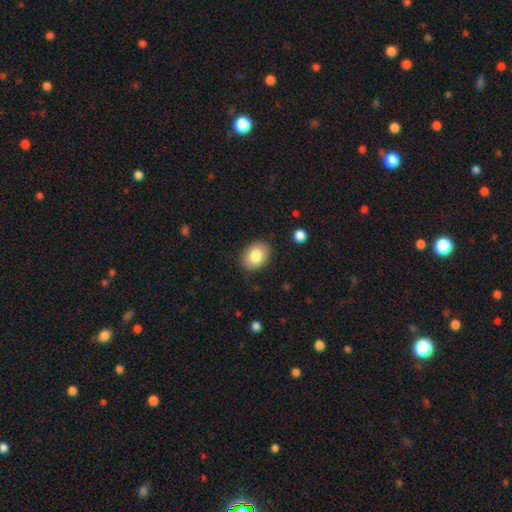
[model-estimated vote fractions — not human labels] smooth_or_featured: smooth (p=0.82) [alt: featured or disk p=0.11]
how_rounded: in between (p=0.76) [alt: round p=0.23]
merging: none (p=0.85) [alt: minor disturbance p=0.11]